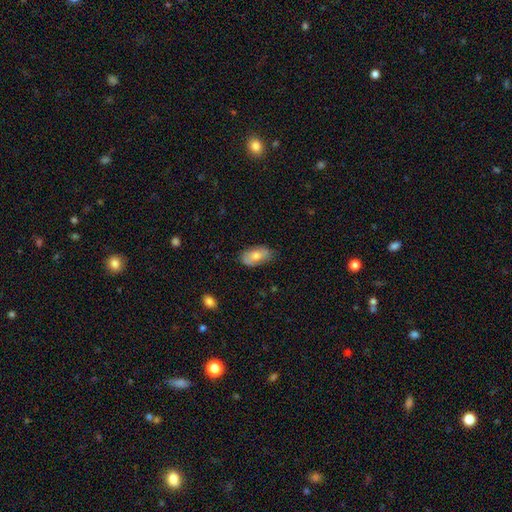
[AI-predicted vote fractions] The model was most divided on "smooth or featured": smooth: 73%, featured or disk: 20%, star or artifact: 7%. More confident: how rounded — in between (92%); merging — none (78%).